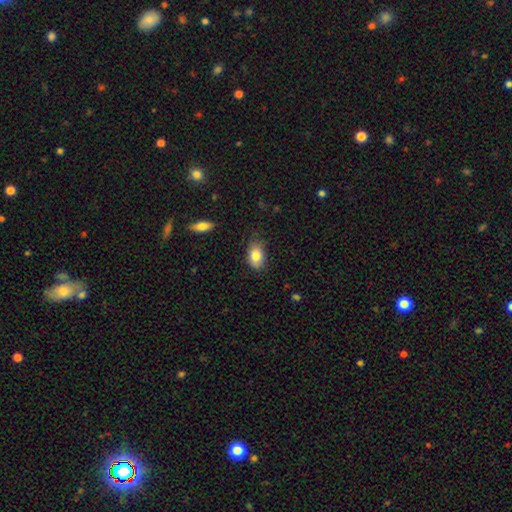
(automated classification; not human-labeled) Morphology: type=smooth (83%); roundness=in between (87%); merging=none (71%).